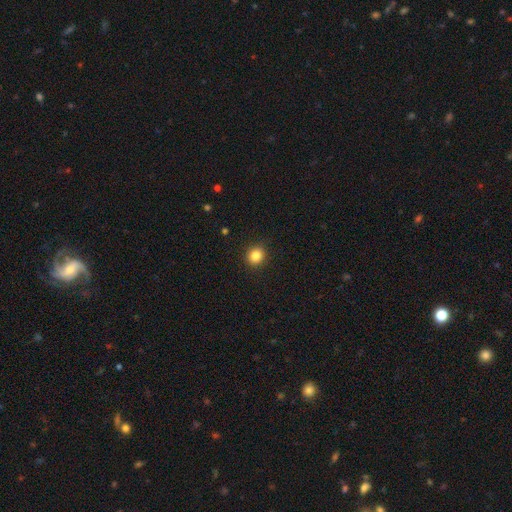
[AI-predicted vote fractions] This is clearly a smooth galaxy (85%). How rounded: clearly round (83%). Merging: clearly none (92%).